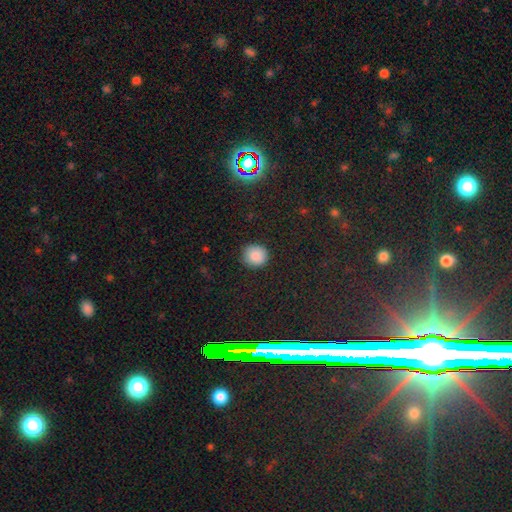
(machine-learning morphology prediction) smooth 87%, star or artifact 9%, featured or disk 4%. Down the decision tree: how rounded — round (90%); merging — none (88%).